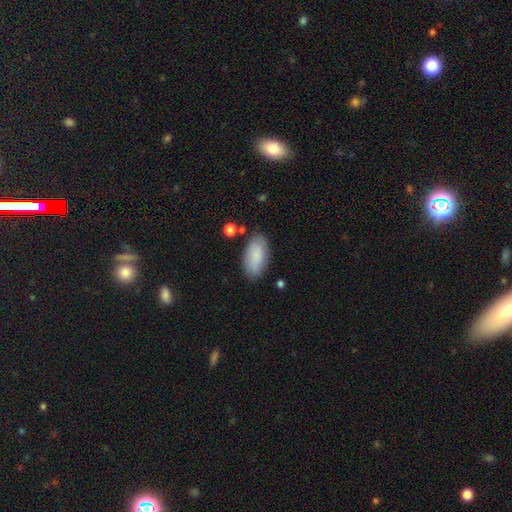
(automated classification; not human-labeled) A smooth galaxy with no disk features (86%) that is in between round and cigar-shaped (93%).

Vote fractions:
- Smooth or featured? smooth: 86% / featured or disk: 8% / star or artifact: 6%
- How rounded? in between: 93% / cigar-shaped: 5% / round: 2%
- Merging? none: 82% / minor disturbance: 12% / major disturbance: 3% / merger: 3%